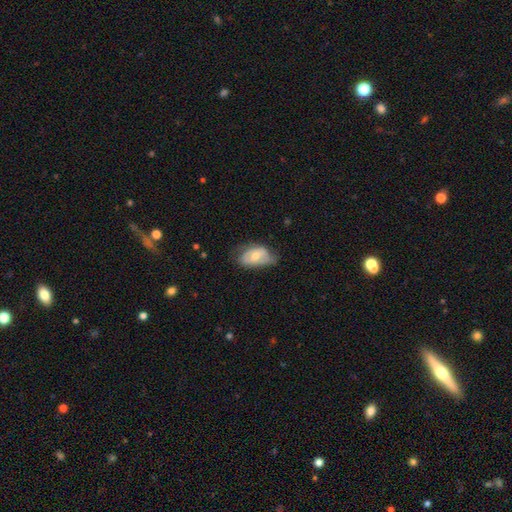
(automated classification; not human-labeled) Smooth or featured? Predicted: smooth (p=0.52). How rounded? Predicted: in between (p=0.91). Merging? Predicted: none (p=0.45).